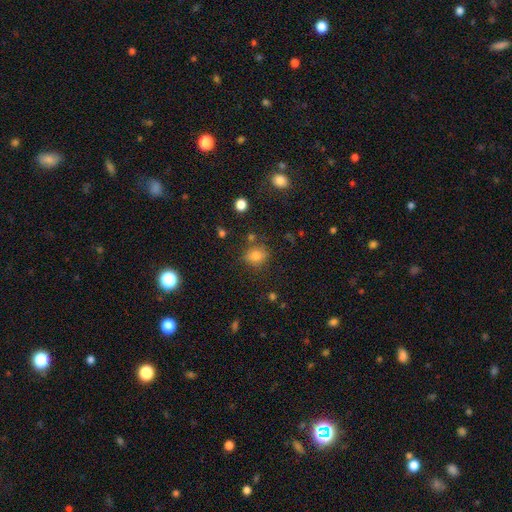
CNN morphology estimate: This appears to be a smooth galaxy with no disk features (77%) that is in between round and cigar-shaped (50%). Merging: none (74%).